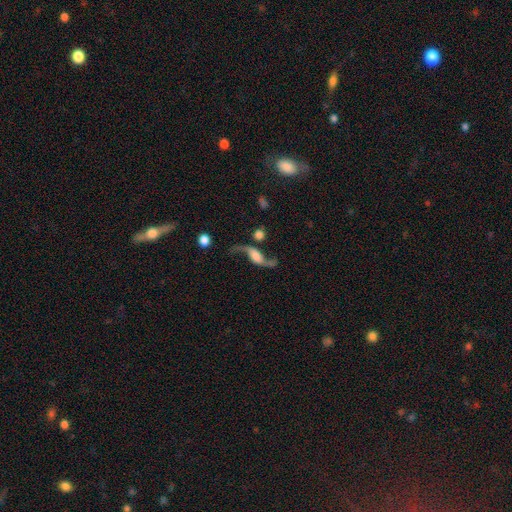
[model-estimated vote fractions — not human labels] Smooth or featured? featured or disk (86%)
Edge-on disk? no (90%)
Bar? no (51%)
Spiral arms? yes (96%)
Spiral winding? loose (94%)
Spiral arm count? 2 (94%)
Bulge size? large (31%)
Merging? none (67%)